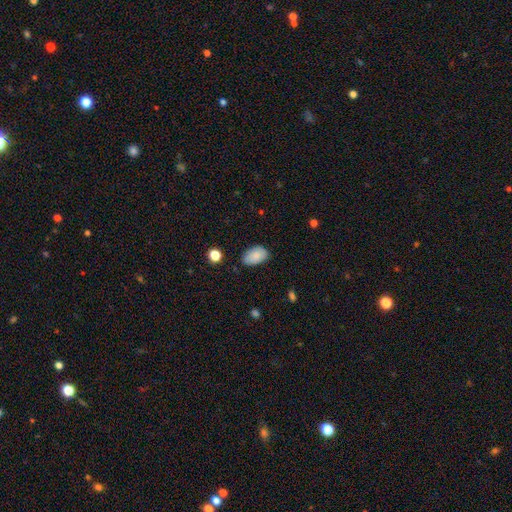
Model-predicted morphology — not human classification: This appears to be a smooth galaxy with no disk features (86%) that is in between round and cigar-shaped (92%). Merging: none (75%).